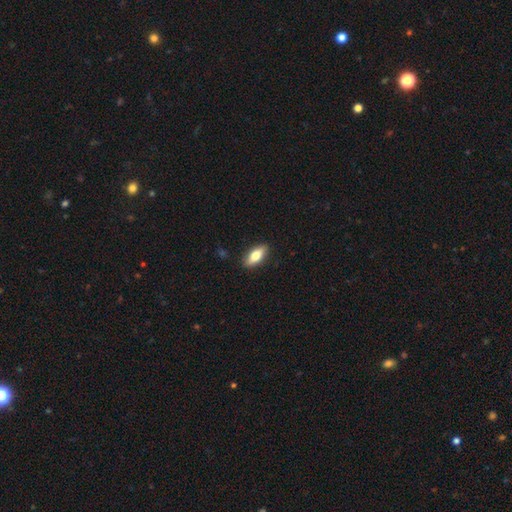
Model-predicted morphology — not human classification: A smooth galaxy with no disk features (71%) that is in between round and cigar-shaped (77%). Merging: none (88%).